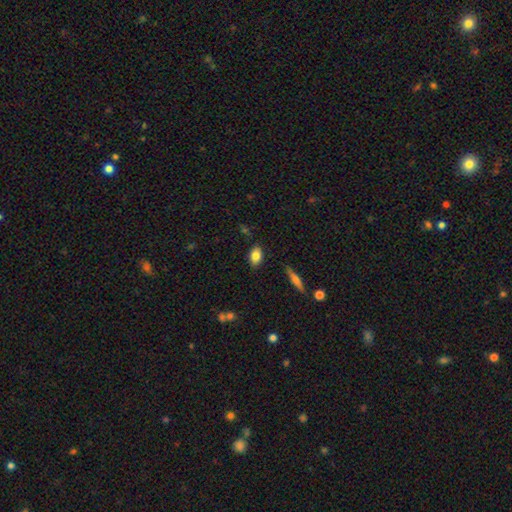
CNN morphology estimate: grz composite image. It shows a smooth galaxy with no disk features (83%) that is in between round and cigar-shaped (86%). Merging: none (85%).